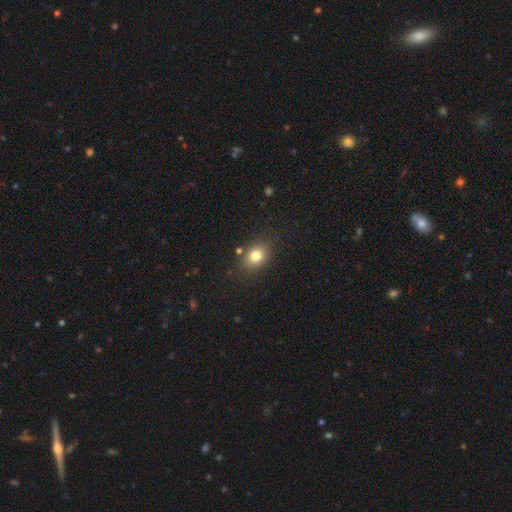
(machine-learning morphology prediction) type=smooth (79%); roundness=in between (61%); merging=none (81%).